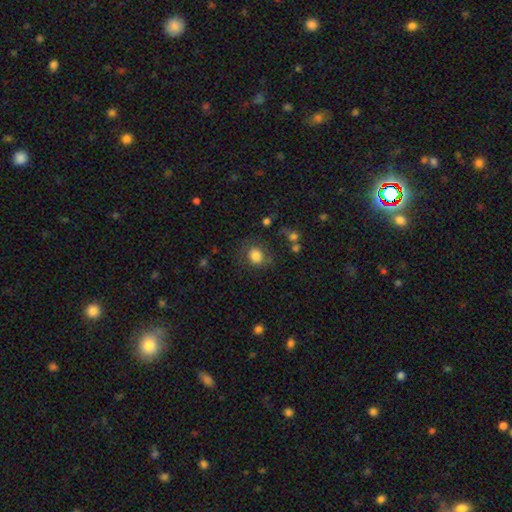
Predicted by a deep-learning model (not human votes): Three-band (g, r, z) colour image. It shows a smooth galaxy with no disk features (81%) that is round (68%). Merging: none (70%).